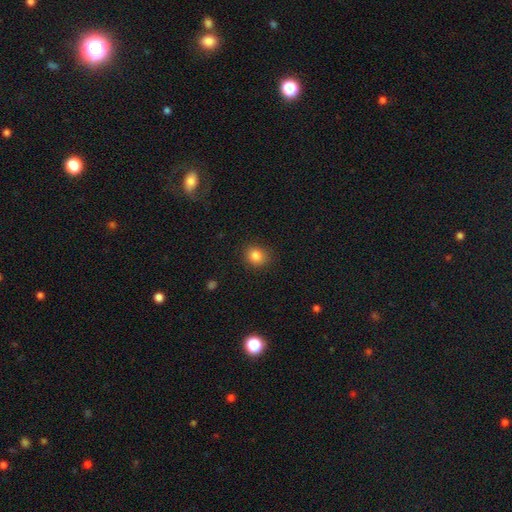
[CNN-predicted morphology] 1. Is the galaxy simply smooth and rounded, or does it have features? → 84% smooth, 11% star or artifact, 5% featured or disk.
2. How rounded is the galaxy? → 76% round, 23% in between, 1% cigar-shaped.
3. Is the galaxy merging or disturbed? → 88% none, 9% minor disturbance, 3% major disturbance, 1% merger.